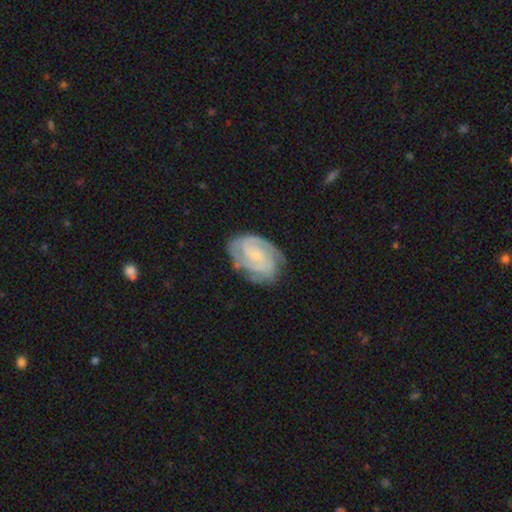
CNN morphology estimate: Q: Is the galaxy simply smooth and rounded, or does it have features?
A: featured or disk — 86%.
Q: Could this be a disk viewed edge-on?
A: no — 98%.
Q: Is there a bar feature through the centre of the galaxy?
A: no — 54%.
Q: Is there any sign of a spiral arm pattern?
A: yes — 97%.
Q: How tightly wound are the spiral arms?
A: tight — 67%.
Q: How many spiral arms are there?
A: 2 — 55%.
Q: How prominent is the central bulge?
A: small — 71%.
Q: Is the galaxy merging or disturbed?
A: none — 75%.